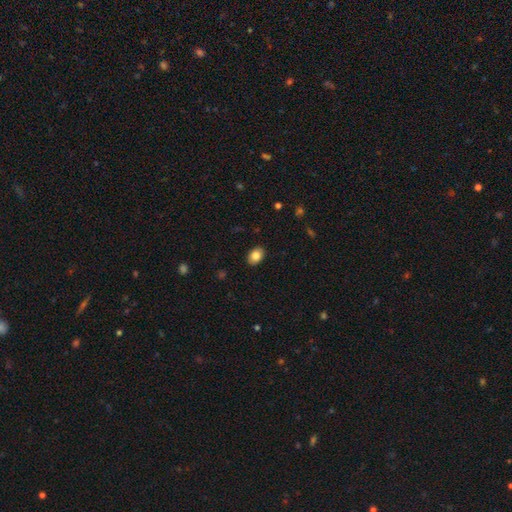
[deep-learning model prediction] smooth_or_featured: smooth (p=0.85) [alt: star or artifact p=0.08]
how_rounded: in between (p=0.77) [alt: round p=0.22]
merging: none (p=0.89) [alt: minor disturbance p=0.08]